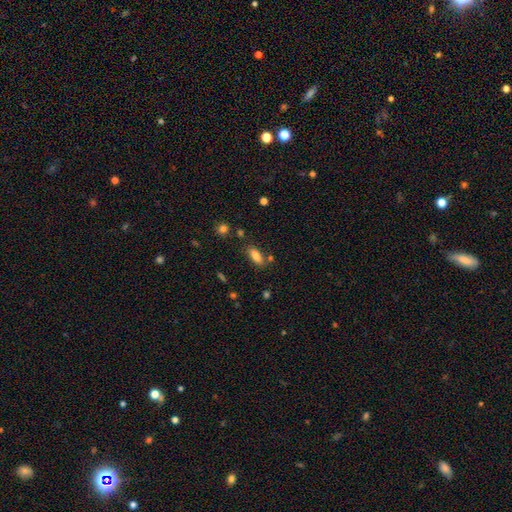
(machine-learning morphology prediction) type=smooth (83%); roundness=in between (76%); merging=none (74%).